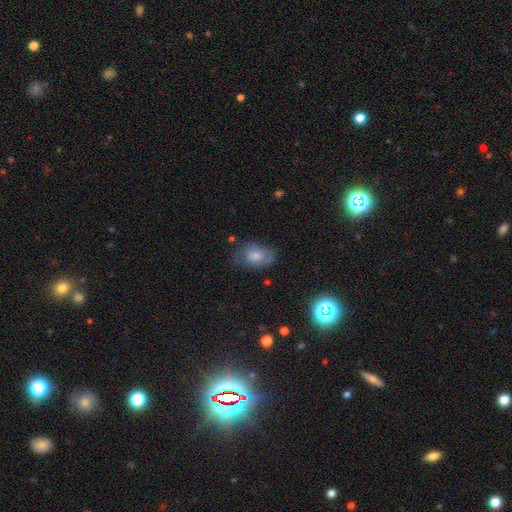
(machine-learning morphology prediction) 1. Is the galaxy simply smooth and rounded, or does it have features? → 70% smooth, 21% featured or disk, 9% star or artifact.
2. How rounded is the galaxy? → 83% in between, 16% round, 1% cigar-shaped.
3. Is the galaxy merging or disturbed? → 55% none, 30% minor disturbance, 14% major disturbance, 2% merger.